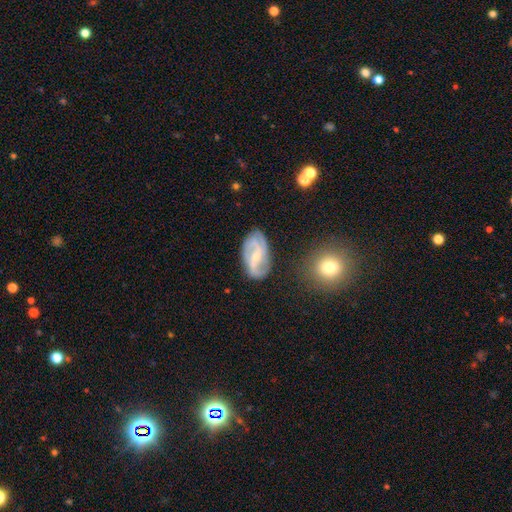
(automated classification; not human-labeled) smooth_or_featured: featured or disk (p=0.80) [alt: smooth p=0.14]
disk_edge_on: no (p=0.96) [alt: yes p=0.04]
bar: weak (p=0.43) [alt: no p=0.39]
has_spiral_arms: yes (p=0.93) [alt: no p=0.07]
spiral_winding: medium (p=0.43) [alt: loose p=0.33]
spiral_arm_count: 2 (p=0.55) [alt: 3 p=0.19]
bulge_size: small (p=0.69) [alt: moderate p=0.26]
merging: none (p=0.72) [alt: minor disturbance p=0.18]